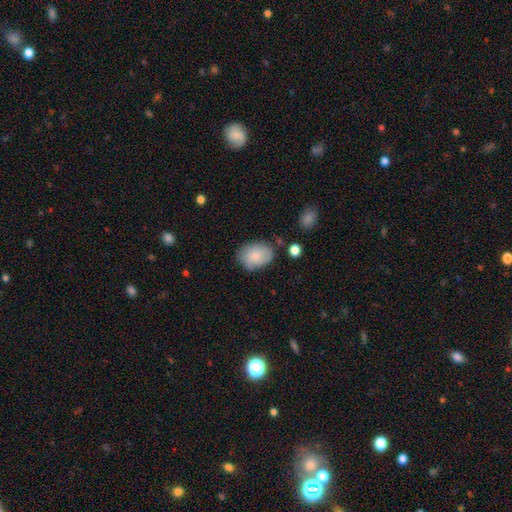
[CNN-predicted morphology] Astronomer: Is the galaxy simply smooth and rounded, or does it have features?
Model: smooth — 77%.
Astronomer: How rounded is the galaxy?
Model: in between — 76%.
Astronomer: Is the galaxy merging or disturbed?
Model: none — 68%.